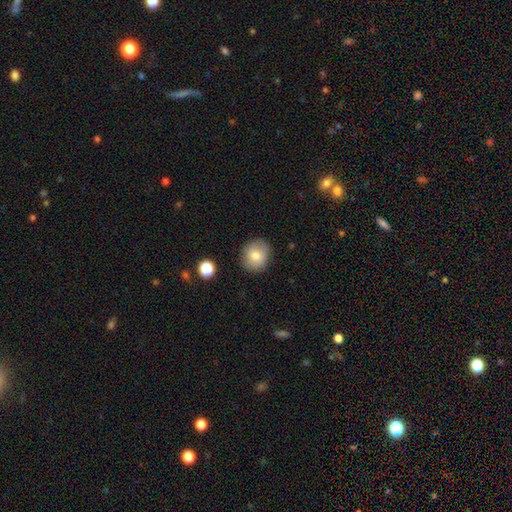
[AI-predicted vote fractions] Smooth or featured?
  - smooth: 78% *
  - featured or disk: 13%
  - star or artifact: 9%
How rounded?
  - round: 71% *
  - in between: 28%
  - cigar-shaped: 1%
Merging?
  - none: 85% *
  - minor disturbance: 11%
  - major disturbance: 3%
  - merger: 2%